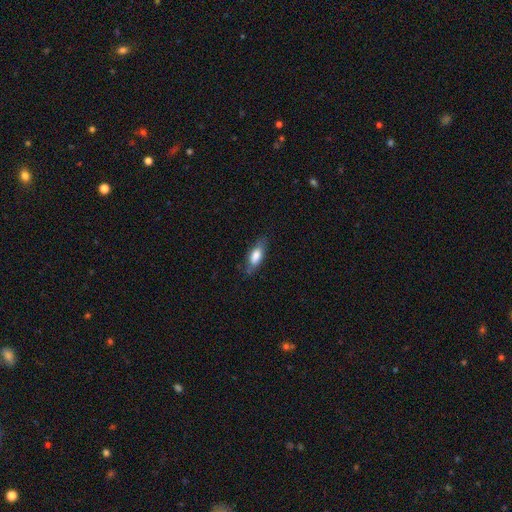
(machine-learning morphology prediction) A smooth galaxy with no disk features (73%) that is in between round and cigar-shaped (69%). Merging: none (73%).